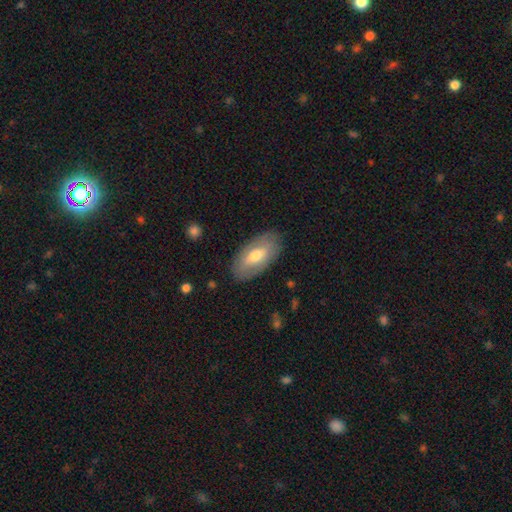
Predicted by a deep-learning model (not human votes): smooth 58%, featured or disk 36%, star or artifact 6%. Down the decision tree: how rounded — in between (93%); merging — none (84%).